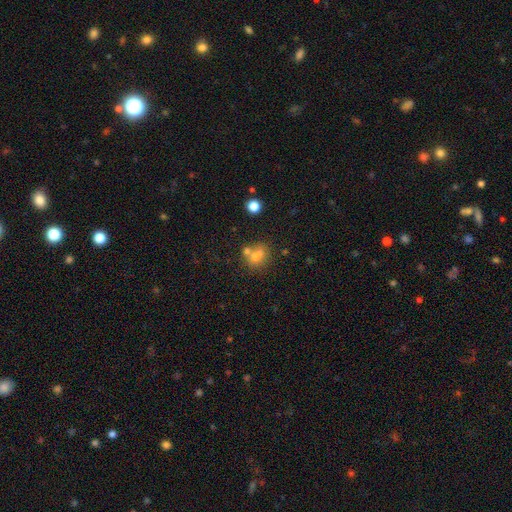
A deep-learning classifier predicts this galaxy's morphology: type=smooth (65%); roundness=round (63%); merging=none (42%).